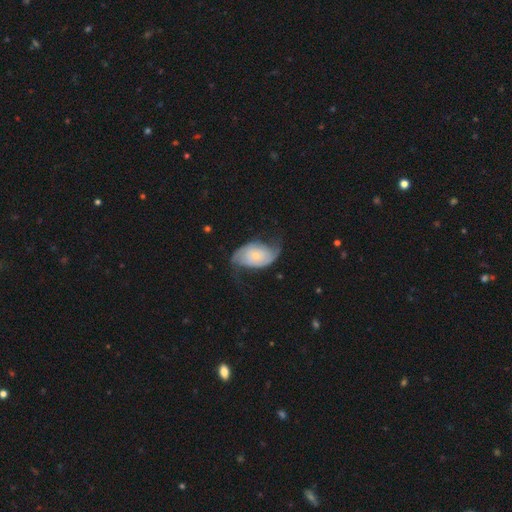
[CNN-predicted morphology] A featured or disk galaxy (77%) with no bar (74%), 2 (86%) loose (40%) spiral arms (92%) and a small central bulge (68%).

Vote fractions:
- Smooth or featured? featured or disk: 77% / smooth: 18% / star or artifact: 5%
- Edge-on disk? no: 96% / yes: 4%
- Bar? no: 74% / weak: 21% / strong: 5%
- Spiral arms? yes: 92% / no: 8%
- Spiral winding? loose: 40% / medium: 35% / tight: 25%
- Spiral arm count? 2: 86% / can't tell: 7% / 3: 2% / 1: 2% / 4: 1% / more than 4: 1%
- Bulge size? small: 68% / moderate: 26% / none: 2% / large: 2% / dominant: 1%
- Merging? none: 58% / minor disturbance: 23% / major disturbance: 17% / merger: 2%